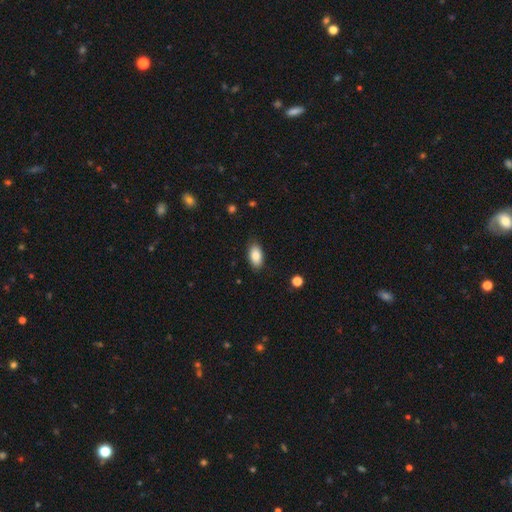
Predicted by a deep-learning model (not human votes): Smooth or featured? Predicted: smooth (p=0.86). How rounded? Predicted: in between (p=0.93). Merging? Predicted: none (p=0.85).